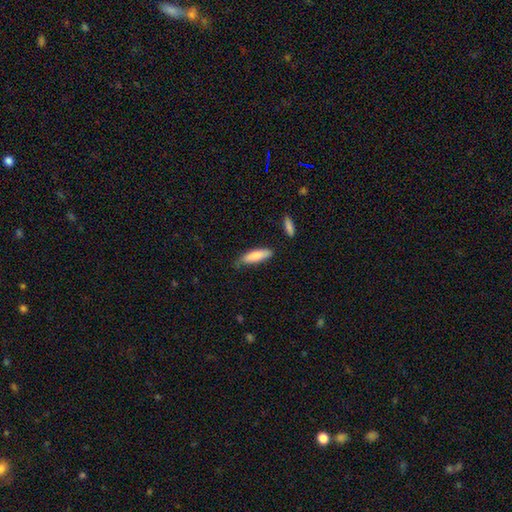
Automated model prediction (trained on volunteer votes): Smooth or featured: smooth — 81% (featured or disk — 13%)
How rounded: cigar-shaped — 53% (in between — 45%)
Merging: none — 67% (minor disturbance — 25%)